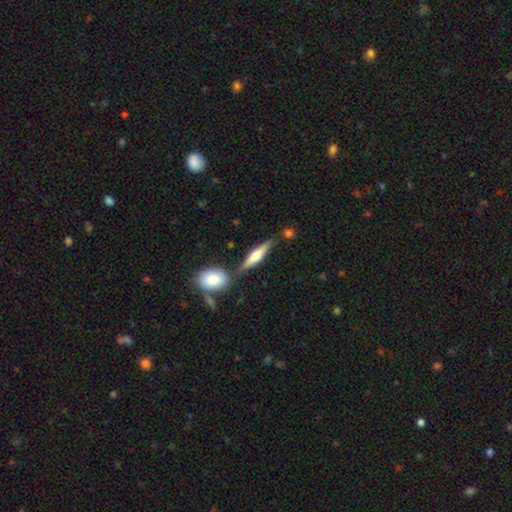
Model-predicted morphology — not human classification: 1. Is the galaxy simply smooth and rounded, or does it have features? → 56% featured or disk, 38% smooth, 6% star or artifact.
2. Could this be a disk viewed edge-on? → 95% yes, 5% no.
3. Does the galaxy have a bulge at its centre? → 83% rounded, 12% boxy, 5% none.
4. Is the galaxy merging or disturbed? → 73% none, 12% merger, 12% minor disturbance, 4% major disturbance.